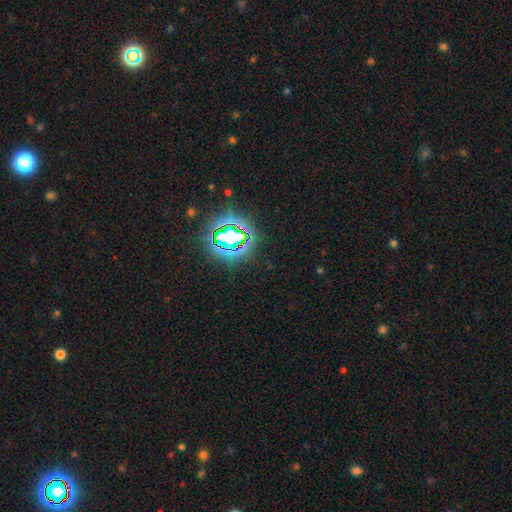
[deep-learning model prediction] Smooth or featured? Predicted: star or artifact (p=0.82).